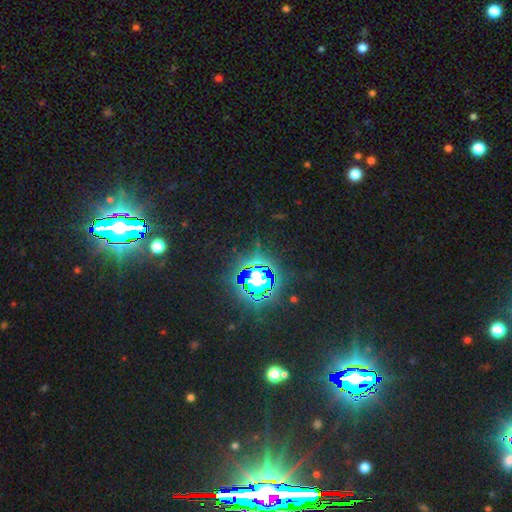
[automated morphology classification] Smooth or featured? star or artifact (84%)